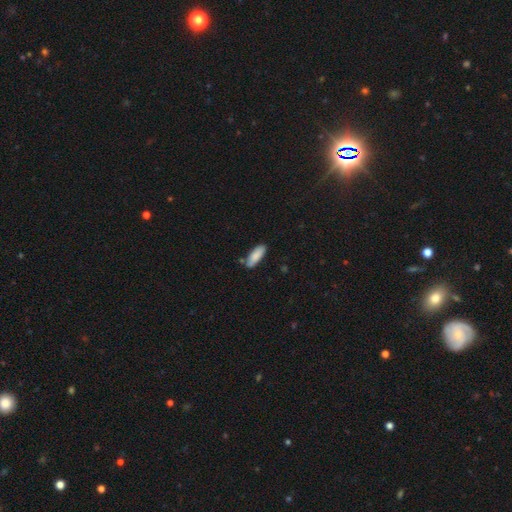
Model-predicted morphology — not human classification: This is clearly a smooth galaxy (87%). How rounded: likely in between (63%). Merging: likely none (75%).